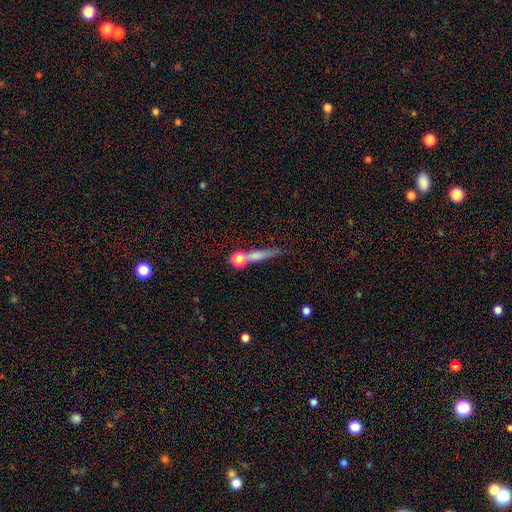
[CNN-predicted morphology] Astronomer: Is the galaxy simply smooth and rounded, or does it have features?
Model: smooth — 59%.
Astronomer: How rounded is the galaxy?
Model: cigar-shaped — 61%.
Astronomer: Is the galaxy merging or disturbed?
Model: none — 54%.